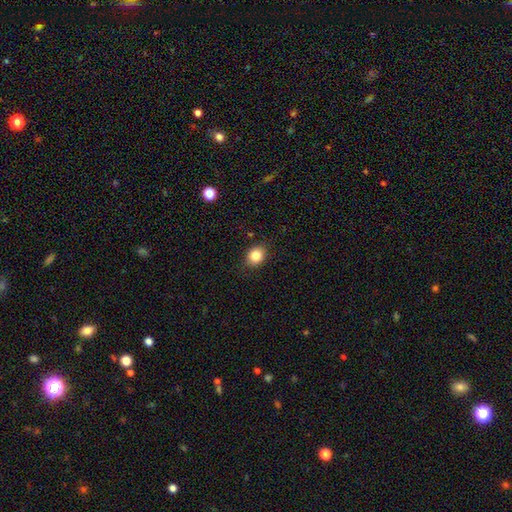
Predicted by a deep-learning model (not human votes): Smooth or featured: smooth — 84% (star or artifact — 10%)
How rounded: round — 53% (in between — 46%)
Merging: none — 85% (minor disturbance — 11%)